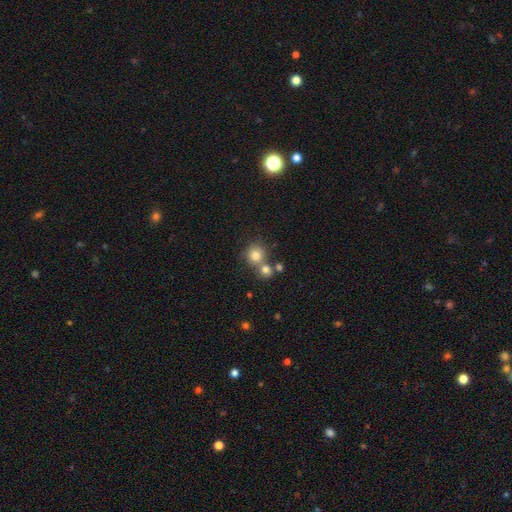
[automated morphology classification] Smooth or featured?
  - smooth: 77% *
  - star or artifact: 13%
  - featured or disk: 10%
How rounded?
  - round: 87% *
  - in between: 13%
  - cigar-shaped: 1%
Merging?
  - none: 52% *
  - merger: 37%
  - minor disturbance: 8%
  - major disturbance: 3%